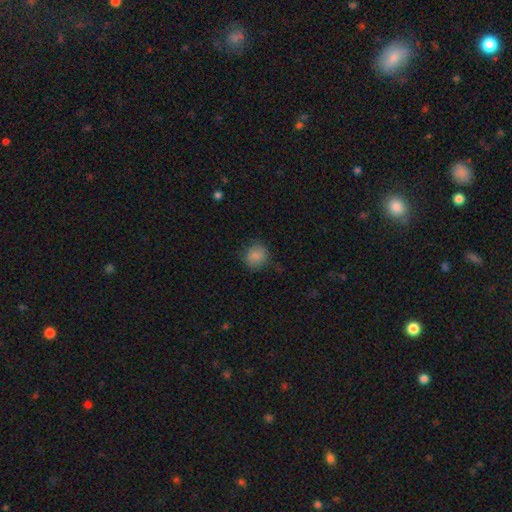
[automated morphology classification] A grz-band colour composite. It shows a smooth galaxy with no disk features (83%) that is round (77%). Merging: none (75%).